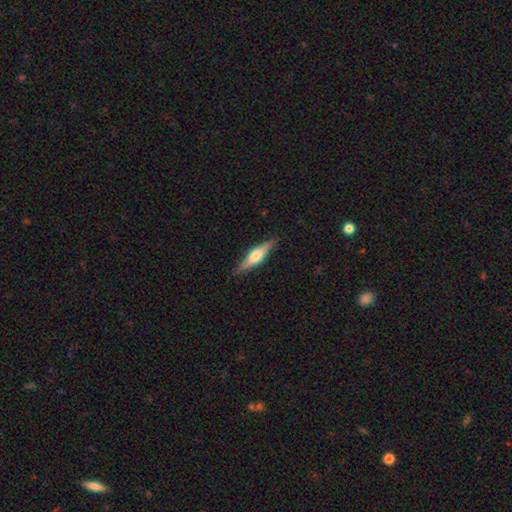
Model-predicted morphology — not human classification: Overall: featured or disk (62%; smooth 33%). Edge-on disk: yes (96%). Edge-on bulge: rounded (88%). Merging: none (88%).